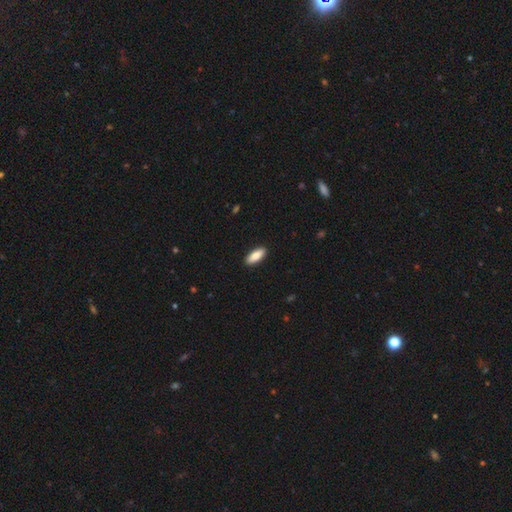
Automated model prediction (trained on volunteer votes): A smooth galaxy with no disk features (85%) that is in between round and cigar-shaped (71%).

Vote fractions:
- Smooth or featured? smooth: 85% / featured or disk: 10% / star or artifact: 6%
- How rounded? in between: 71% / cigar-shaped: 27% / round: 2%
- Merging? none: 91% / minor disturbance: 7% / major disturbance: 2% / merger: 1%